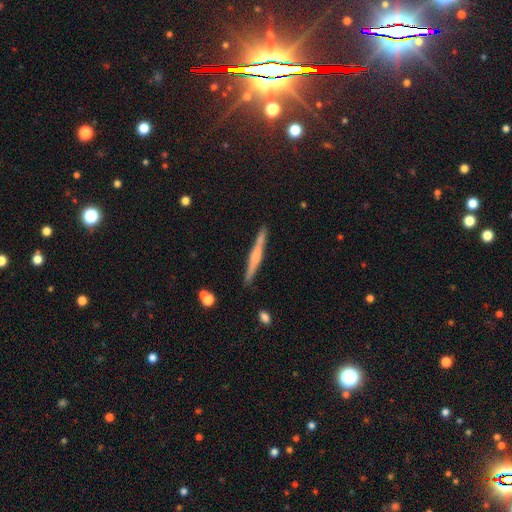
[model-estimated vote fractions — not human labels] Smooth or featured?
  - featured or disk: 61% *
  - smooth: 32%
  - star or artifact: 7%
Edge-on disk?
  - yes: 98% *
  - no: 2%
Edge-on bulge?
  - rounded: 53% *
  - none: 26%
  - boxy: 20%
Merging?
  - none: 89% *
  - minor disturbance: 8%
  - merger: 2%
  - major disturbance: 1%